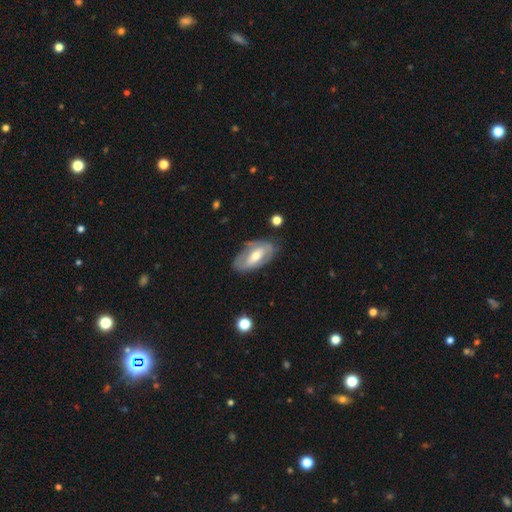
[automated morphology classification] This appears to be a featured or disk galaxy (61%) with a strong bar (36%), no spiral arms (52%) and a moderate central bulge (62%). Merging: none (70%).